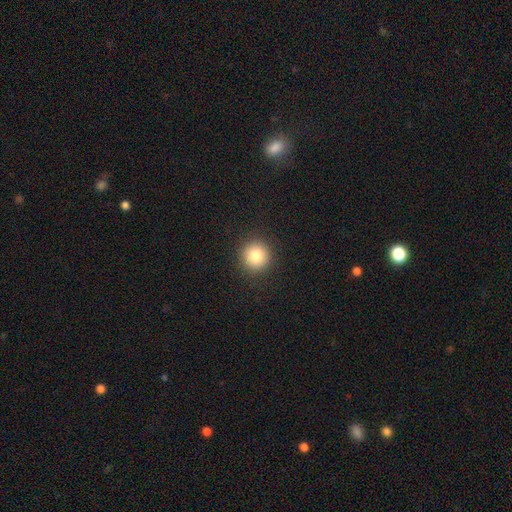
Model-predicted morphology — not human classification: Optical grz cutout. It shows a smooth galaxy with no disk features (83%) that is round (94%). Merging: none (92%).